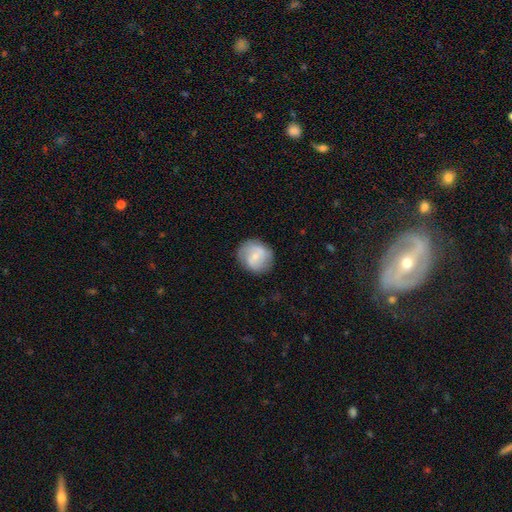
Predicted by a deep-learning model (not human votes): smooth_or_featured: smooth (p=0.48) [alt: featured or disk p=0.45]
merging: none (p=0.76) [alt: minor disturbance p=0.16]